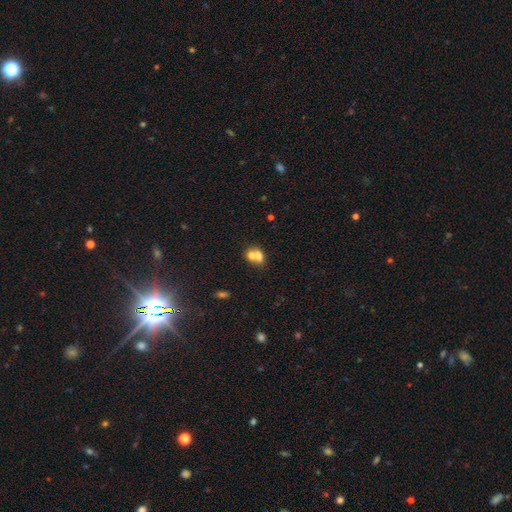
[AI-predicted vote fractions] The model was most divided on "how rounded": round: 50%, in between: 49%, cigar-shaped: 1%. More confident: smooth or featured — smooth (68%); merging — merger (66%).